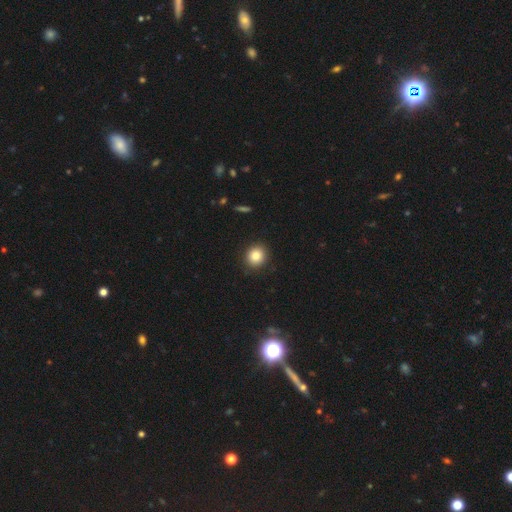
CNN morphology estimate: Smooth or featured? Predicted: smooth (p=0.85). How rounded? Predicted: round (p=0.85). Merging? Predicted: none (p=0.90).